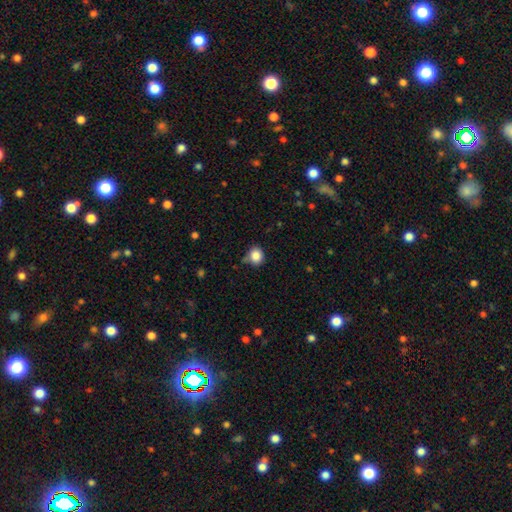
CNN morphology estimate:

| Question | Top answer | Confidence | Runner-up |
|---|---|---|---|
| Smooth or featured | smooth | 86% | star or artifact (10%) |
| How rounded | round | 76% | in between (23%) |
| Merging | none | 73% | minor disturbance (19%) |